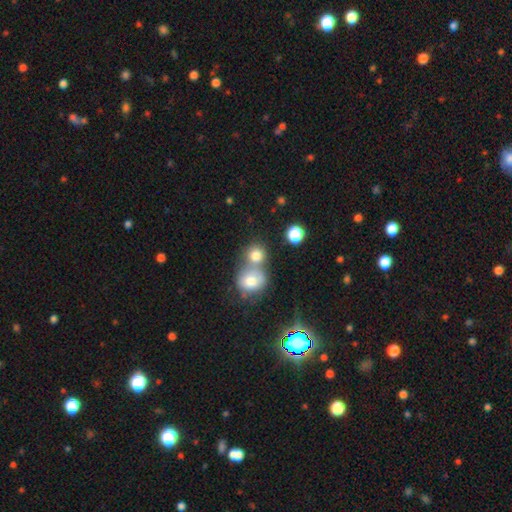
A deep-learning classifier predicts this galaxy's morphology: Smooth or featured?
  - smooth: 77% *
  - star or artifact: 12%
  - featured or disk: 11%
How rounded?
  - round: 83% *
  - in between: 16%
  - cigar-shaped: 1%
Merging?
  - merger: 49% *
  - none: 40%
  - minor disturbance: 8%
  - major disturbance: 4%